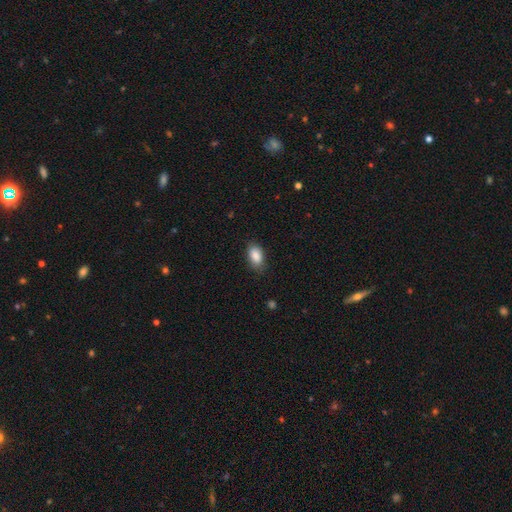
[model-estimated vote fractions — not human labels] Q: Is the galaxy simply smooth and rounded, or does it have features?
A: smooth — 88%.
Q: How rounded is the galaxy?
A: in between — 92%.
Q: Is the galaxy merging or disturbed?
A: none — 81%.